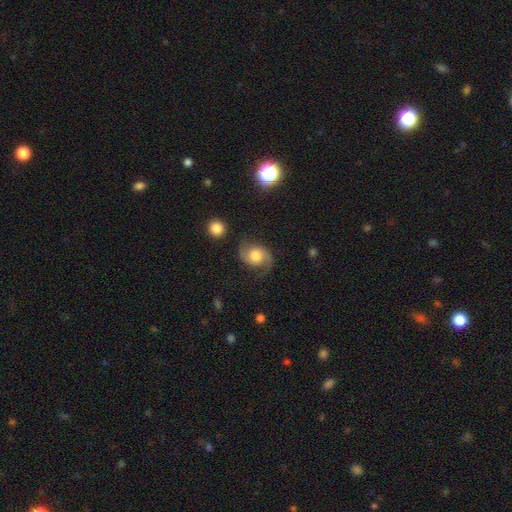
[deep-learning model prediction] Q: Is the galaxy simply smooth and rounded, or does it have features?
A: featured or disk — 66%.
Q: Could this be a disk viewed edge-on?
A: no — 97%.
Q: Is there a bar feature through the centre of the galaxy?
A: no — 71%.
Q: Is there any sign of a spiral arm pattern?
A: yes — 91%.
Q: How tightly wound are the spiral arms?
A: medium — 45%.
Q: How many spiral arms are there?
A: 2 — 92%.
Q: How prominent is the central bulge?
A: moderate — 52%.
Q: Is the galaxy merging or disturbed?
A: none — 71%.